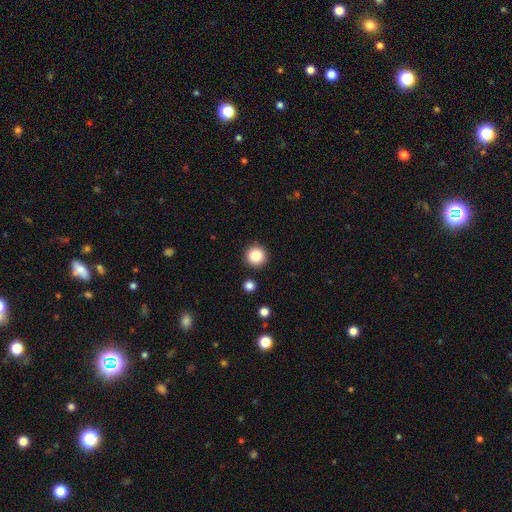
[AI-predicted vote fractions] A smooth galaxy with no disk features (85%) that is round (96%).

Vote fractions:
- Smooth or featured? smooth: 85% / star or artifact: 10% / featured or disk: 5%
- How rounded? round: 96% / in between: 4% / cigar-shaped: 1%
- Merging? none: 91% / minor disturbance: 5% / merger: 2% / major disturbance: 2%